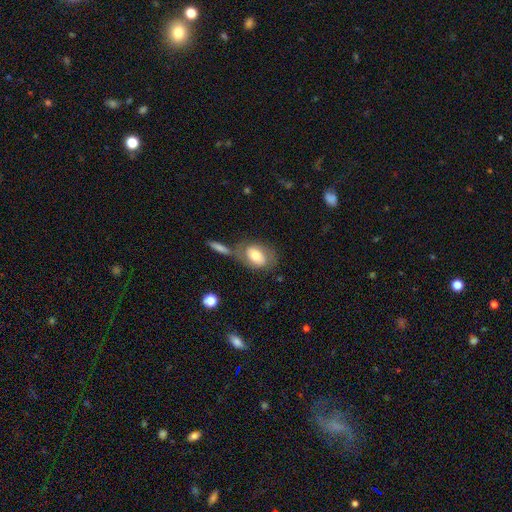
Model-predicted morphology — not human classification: smooth 62%, featured or disk 31%, star or artifact 7%. Down the decision tree: how rounded — in between (82%); merging — none (49%).